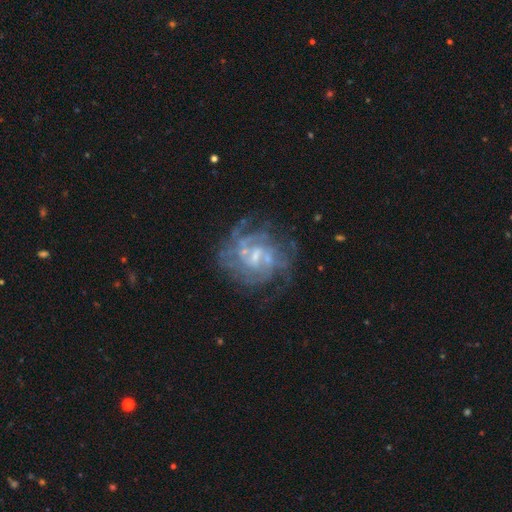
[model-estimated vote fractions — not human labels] Morphology: type=featured or disk (80%); edge-on=no (98%); bar=weak (48%); spiral arms=yes (79%); winding=tight (52%); arm count=can't tell (49%); bulge=small (53%); merging=none (59%).